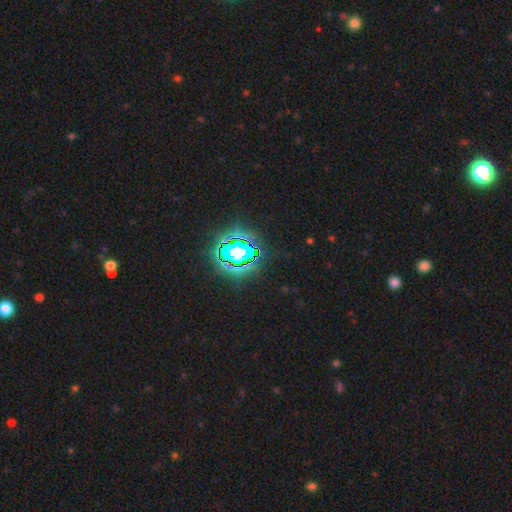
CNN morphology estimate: Smooth or featured? Predicted: star or artifact (p=0.84).